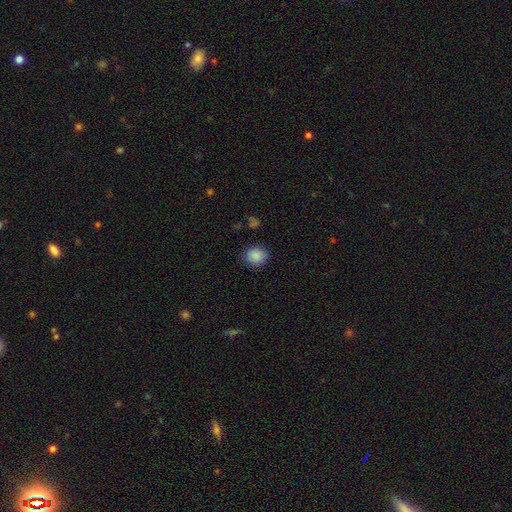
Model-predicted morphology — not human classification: smooth-or-featured: smooth: 88% | star or artifact: 9% | featured or disk: 3%
  how-rounded: round: 75% | in between: 24% | cigar-shaped: 1%
  merging: none: 87% | minor disturbance: 9% | major disturbance: 3% | merger: 1%